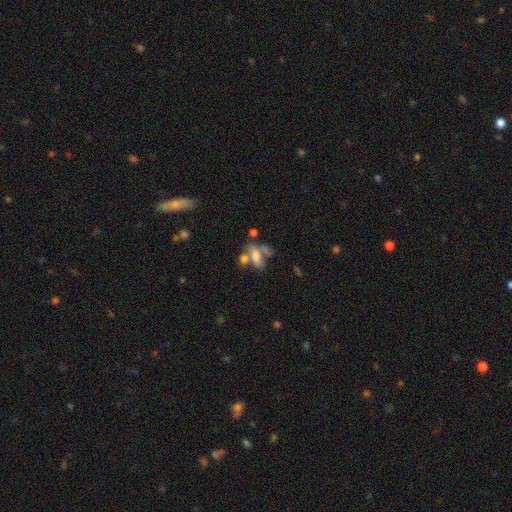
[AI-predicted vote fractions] Q: Smooth or featured?
A: smooth (61%); runner-up: featured or disk (26%)
Q: How rounded?
A: in between (78%); runner-up: cigar-shaped (14%)
Q: Merging?
A: merger (42%); runner-up: none (29%)